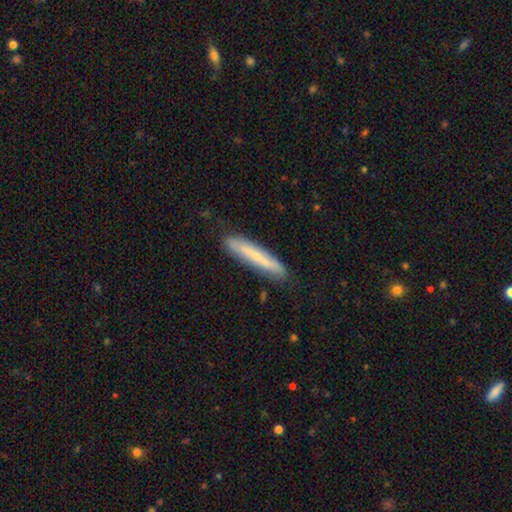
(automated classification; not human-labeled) smooth-or-featured: smooth: 58% | featured or disk: 36% | star or artifact: 6%
  how-rounded: cigar-shaped: 93% | in between: 6% | round: 1%
  merging: none: 84% | minor disturbance: 13% | major disturbance: 2% | merger: 2%